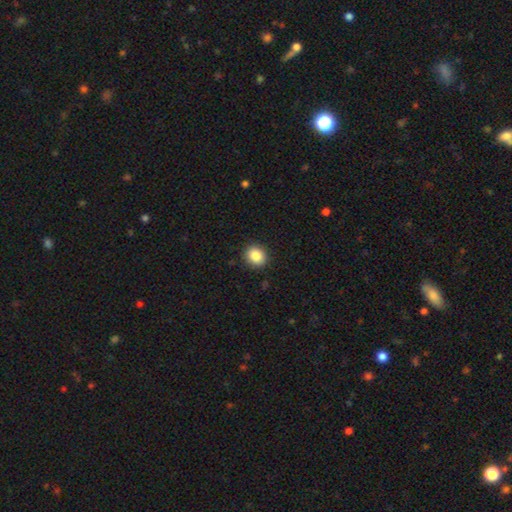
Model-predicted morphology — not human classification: A smooth galaxy with no disk features (86%) that is round (75%).

Vote fractions:
- Smooth or featured? smooth: 86% / star or artifact: 9% / featured or disk: 4%
- How rounded? round: 75% / in between: 24% / cigar-shaped: 1%
- Merging? none: 90% / minor disturbance: 7% / major disturbance: 2% / merger: 1%